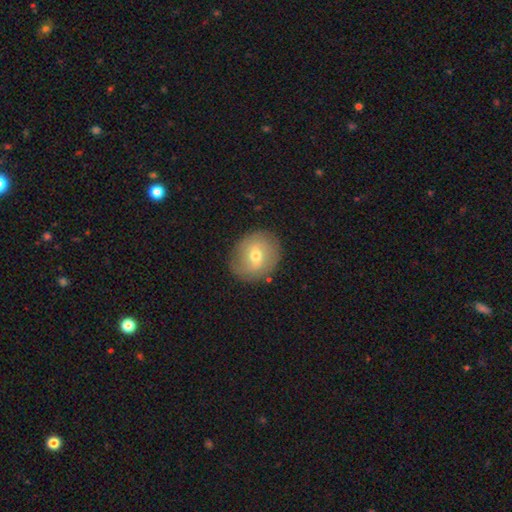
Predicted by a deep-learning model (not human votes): Overall: smooth (50%; featured or disk 42%). Merging: none (82%).